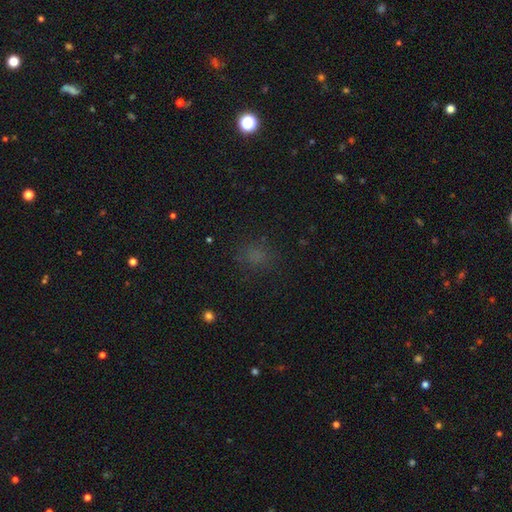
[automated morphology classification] A smooth galaxy with no disk features (66%) that is round (67%).

Vote fractions:
- Smooth or featured? smooth: 66% / star or artifact: 27% / featured or disk: 7%
- How rounded? round: 67% / in between: 31% / cigar-shaped: 2%
- Merging? none: 80% / minor disturbance: 13% / major disturbance: 6% / merger: 1%